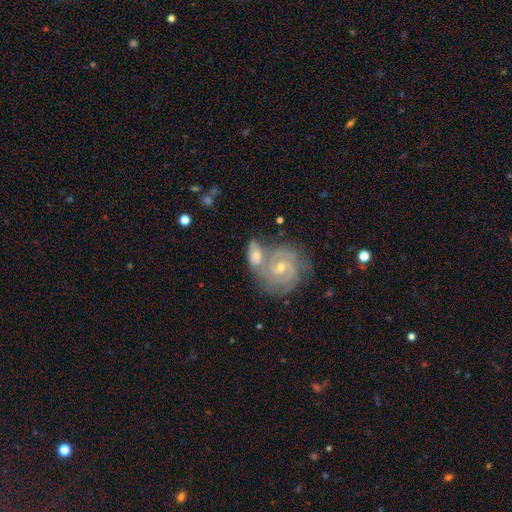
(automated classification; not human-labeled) smooth-or-featured: featured or disk: 74% | smooth: 20% | star or artifact: 6%
  disk-edge-on: no: 96% | yes: 4%
    bar: no: 57% | weak: 34% | strong: 9%
    has-spiral-arms: yes: 93% | no: 7%
      spiral-winding: tight: 67% | medium: 28% | loose: 5%
      spiral-arm-count: 2: 53% | 3: 20% | can't tell: 16% | 4: 4% | 1: 3% | more than 4: 3%
    bulge-size: small: 50% | moderate: 45% | large: 2% | none: 2% | dominant: 1%
  merging: merger: 47% | none: 34% | minor disturbance: 13% | major disturbance: 5%